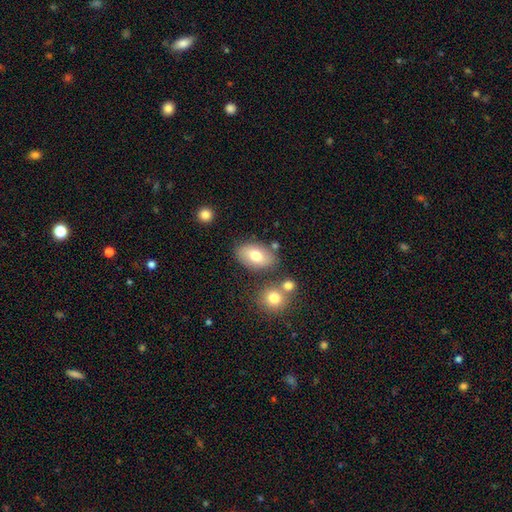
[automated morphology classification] A smooth galaxy with no disk features (74%) that is in between round and cigar-shaped (89%). Merging: none (76%).